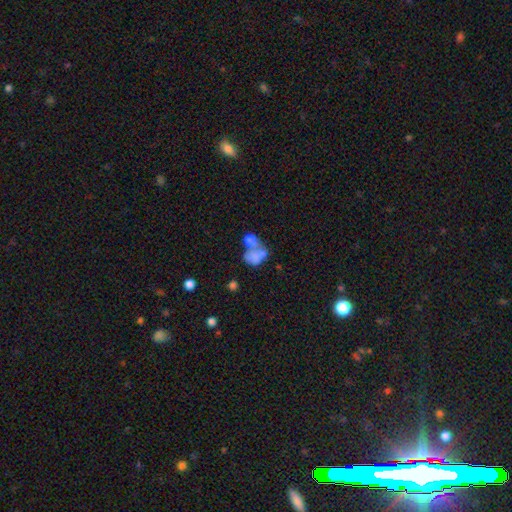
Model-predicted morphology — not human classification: Overall: smooth (62%; featured or disk 26%). How rounded: in between (64%; round 35%). Merging: merger (53%; none 21%).